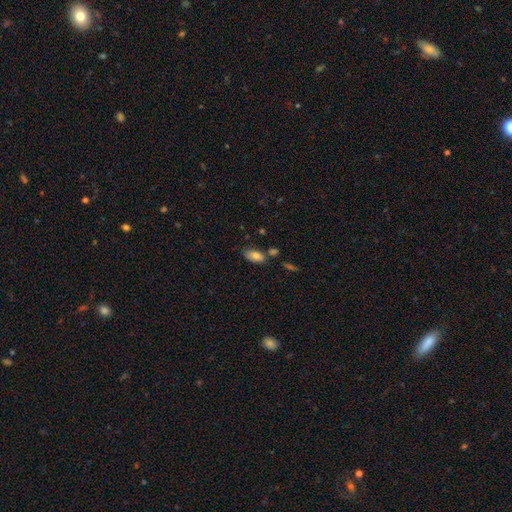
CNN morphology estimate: smooth_or_featured: smooth (p=0.80) [alt: featured or disk p=0.12]
how_rounded: in between (p=0.91) [alt: cigar-shaped p=0.06]
merging: none (p=0.63) [alt: minor disturbance p=0.19]